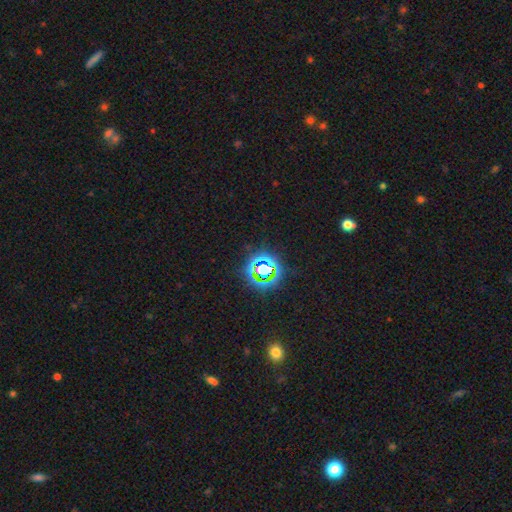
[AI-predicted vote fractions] This is likely a star or artifact rather than a galaxy (77%).